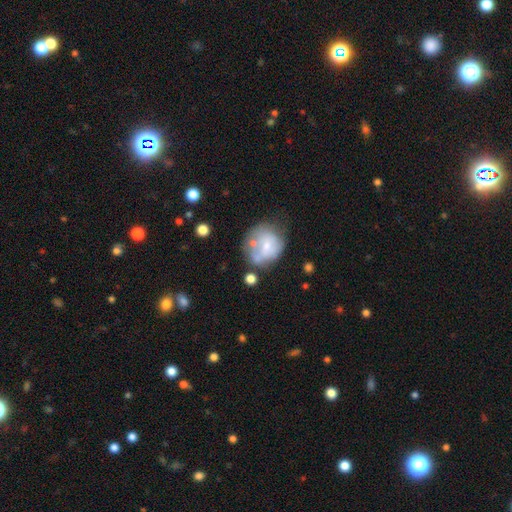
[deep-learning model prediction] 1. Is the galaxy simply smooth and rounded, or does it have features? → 42% smooth, 41% featured or disk, 17% star or artifact.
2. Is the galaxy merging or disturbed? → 58% none, 23% minor disturbance, 11% major disturbance, 8% merger.